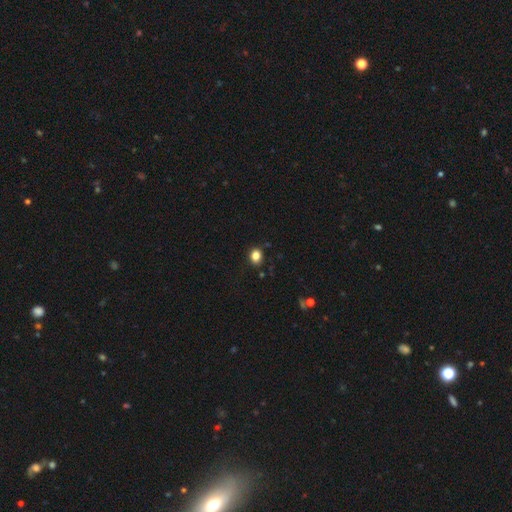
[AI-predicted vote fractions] Smooth or featured: smooth — 83% (star or artifact — 12%)
How rounded: round — 61% (in between — 38%)
Merging: none — 87% (minor disturbance — 9%)